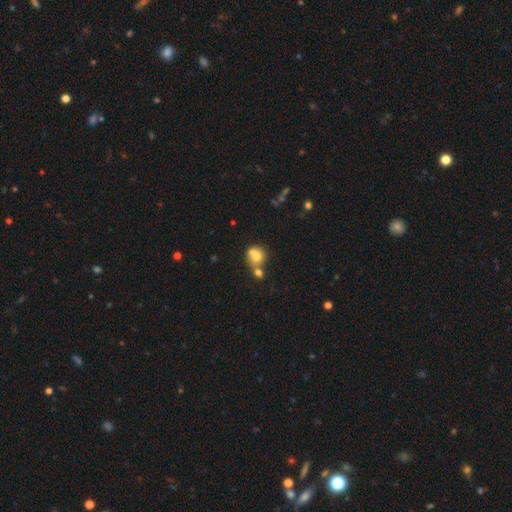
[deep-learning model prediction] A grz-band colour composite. It shows a smooth galaxy with no disk features (68%) that is round (74%). Merging: merger (57%).